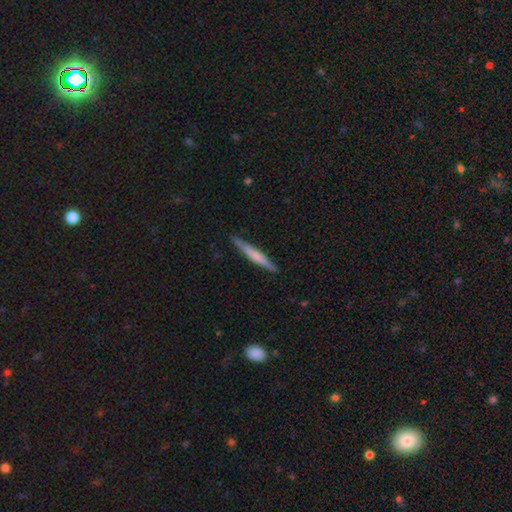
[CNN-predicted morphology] Q: Smooth or featured?
A: smooth (50%); runner-up: featured or disk (45%)
Q: Merging?
A: none (88%); runner-up: minor disturbance (9%)